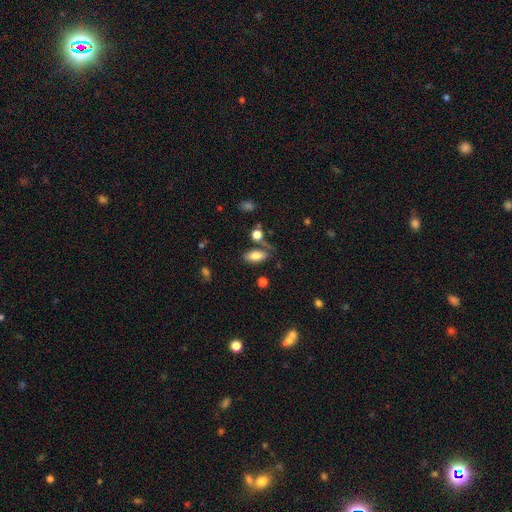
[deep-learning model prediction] smooth 78%, featured or disk 14%, star or artifact 8%. Down the decision tree: how rounded — in between (88%); merging — none (66%).